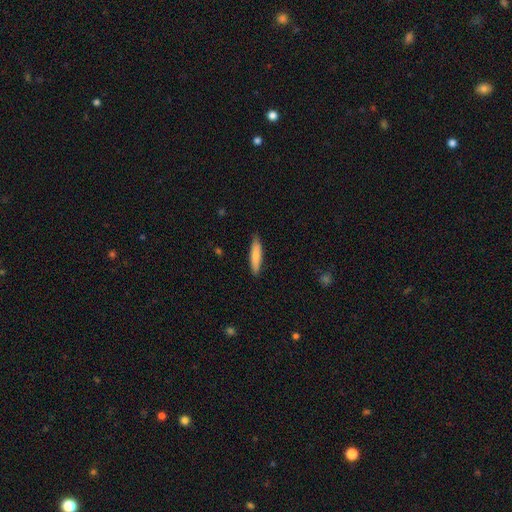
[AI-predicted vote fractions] Smooth or featured? smooth (81%)
How rounded? cigar-shaped (80%)
Merging? none (87%)